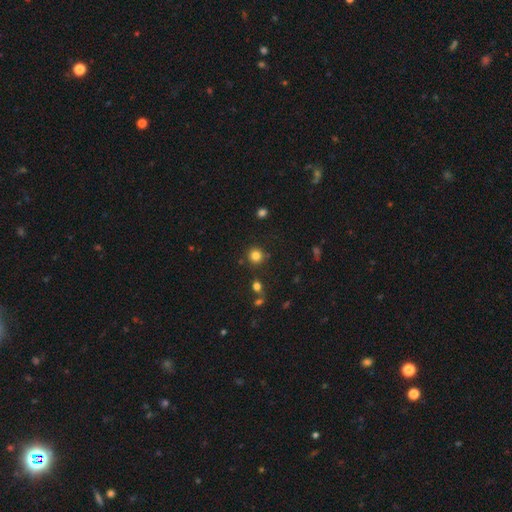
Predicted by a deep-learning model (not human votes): Overall: smooth (82%). How rounded: round (92%). Merging: none (86%).